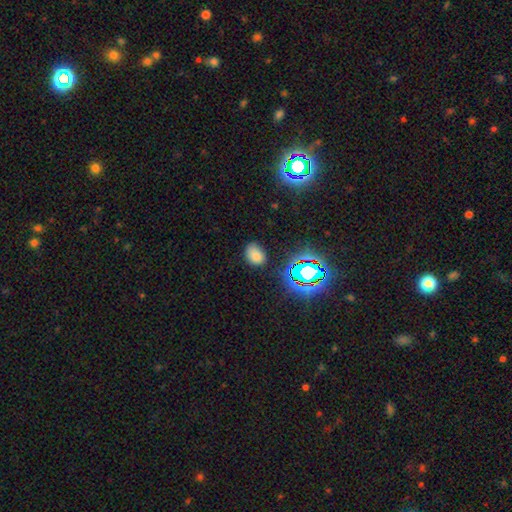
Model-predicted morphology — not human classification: Smooth or featured: smooth — 72% (star or artifact — 21%)
How rounded: in between — 67% (round — 31%)
Merging: none — 77% (minor disturbance — 16%)